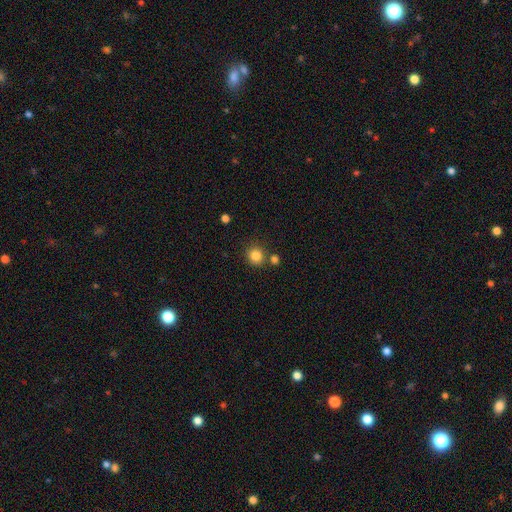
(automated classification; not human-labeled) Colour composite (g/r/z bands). It shows a smooth galaxy with no disk features (83%) that is round (90%). Merging: none (76%).